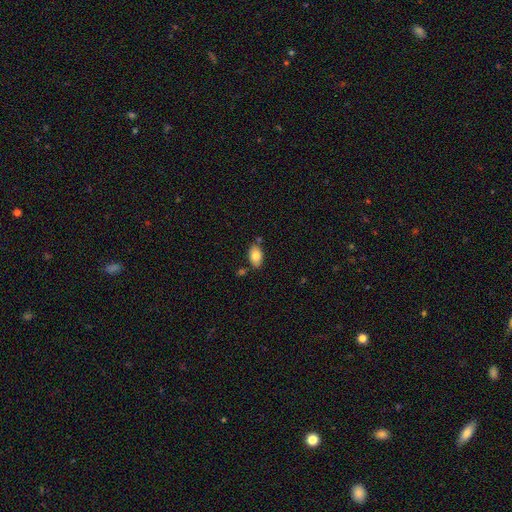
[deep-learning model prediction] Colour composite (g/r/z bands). It shows a smooth galaxy with no disk features (81%) that is in between round and cigar-shaped (92%). Merging: none (76%).